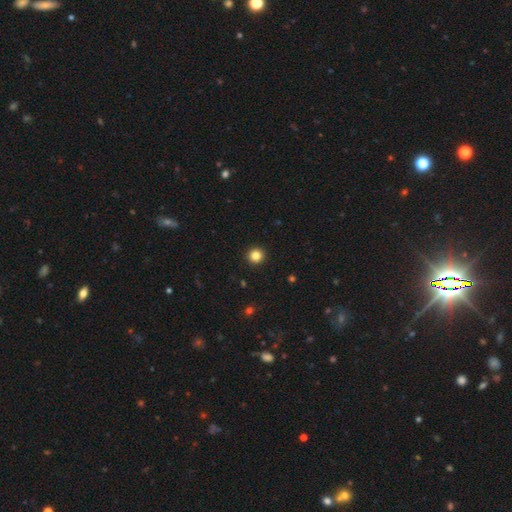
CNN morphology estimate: type=smooth (84%); roundness=round (95%); merging=none (94%).